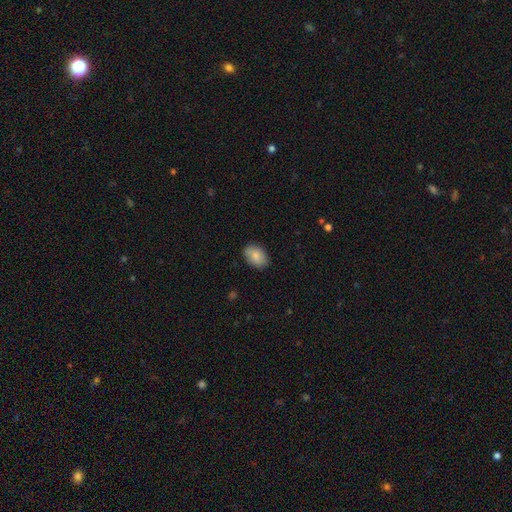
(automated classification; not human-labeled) A smooth galaxy with no disk features (85%) that is in between round and cigar-shaped (85%). Merging: none (84%).